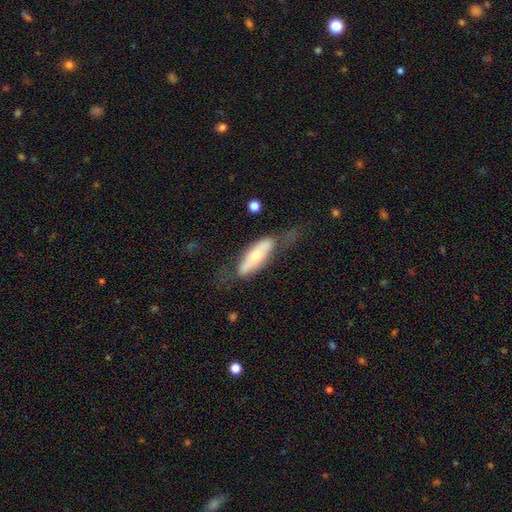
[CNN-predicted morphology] type=featured or disk (51%); edge-on=no (57%); merging=none (52%).